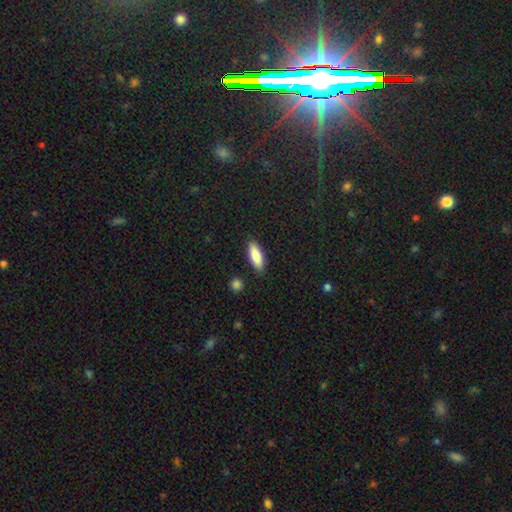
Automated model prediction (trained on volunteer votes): Morphology: type=smooth (81%); roundness=in between (59%); merging=none (87%).